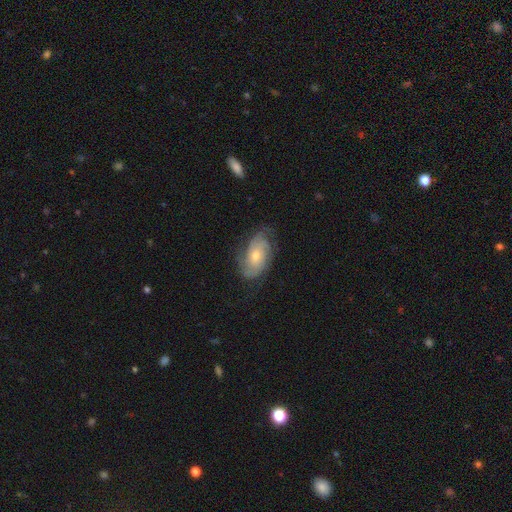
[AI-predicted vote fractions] smooth_or_featured: featured or disk (p=0.73) [alt: smooth p=0.21]
disk_edge_on: no (p=0.96) [alt: yes p=0.04]
bar: no (p=0.76) [alt: weak p=0.21]
has_spiral_arms: yes (p=0.91) [alt: no p=0.09]
spiral_winding: tight (p=0.54) [alt: medium p=0.34]
spiral_arm_count: 2 (p=0.34) [alt: can't tell p=0.33]
bulge_size: moderate (p=0.53) [alt: small p=0.41]
merging: none (p=0.68) [alt: minor disturbance p=0.22]